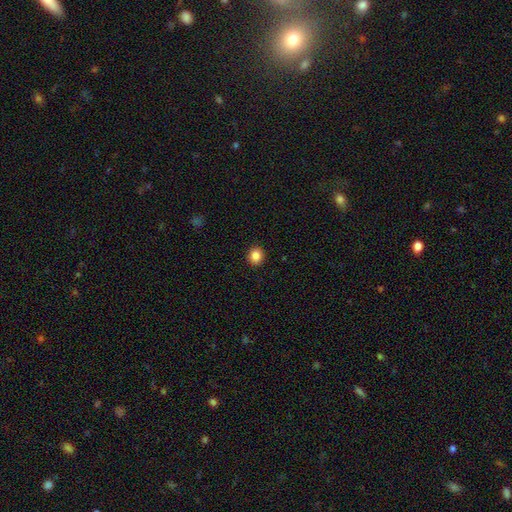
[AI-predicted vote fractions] Q: Smooth or featured?
A: smooth (86%); runner-up: star or artifact (10%)
Q: How rounded?
A: round (80%); runner-up: in between (19%)
Q: Merging?
A: none (92%); runner-up: minor disturbance (5%)